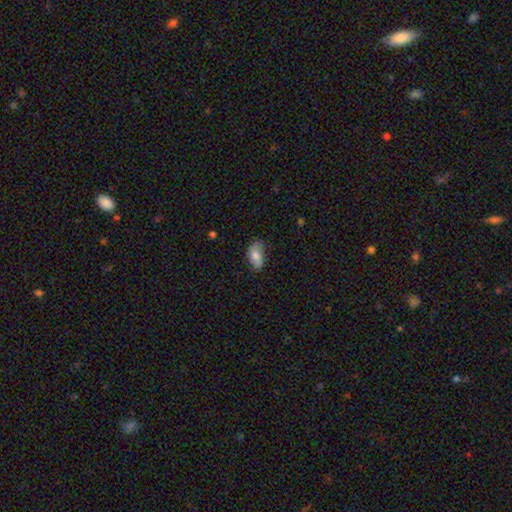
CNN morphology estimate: A smooth galaxy with no disk features (74%) that is in between round and cigar-shaped (92%). Merging: none (67%).